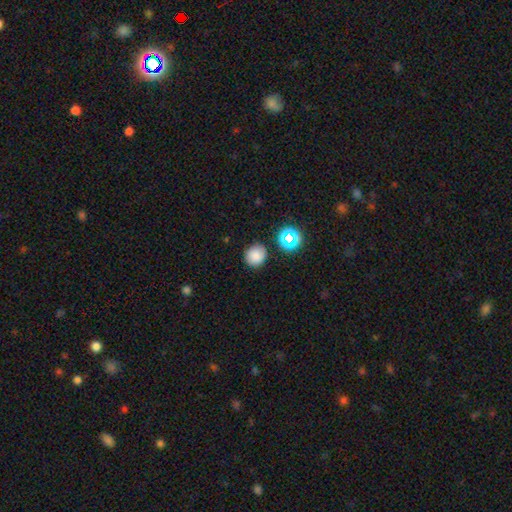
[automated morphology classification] Smooth or featured?
  - smooth: 79% *
  - star or artifact: 15%
  - featured or disk: 6%
How rounded?
  - round: 87% *
  - in between: 13%
  - cigar-shaped: 1%
Merging?
  - none: 85% *
  - minor disturbance: 10%
  - merger: 3%
  - major disturbance: 3%